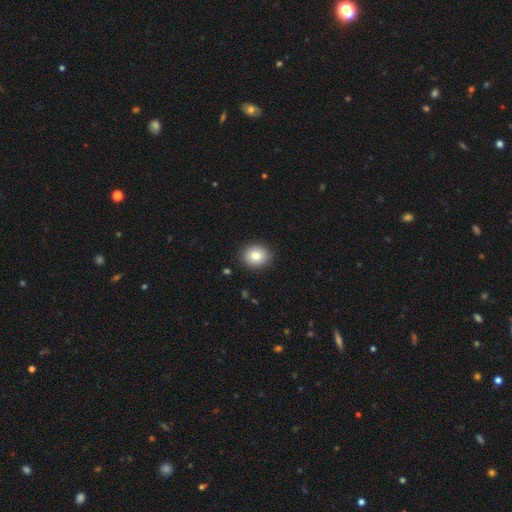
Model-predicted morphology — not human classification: Overall: smooth (82%). How rounded: round (72%). Merging: none (90%).